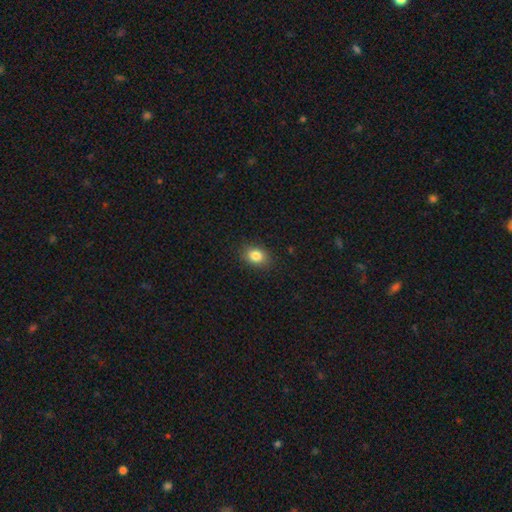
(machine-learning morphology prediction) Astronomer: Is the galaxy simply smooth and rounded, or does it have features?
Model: smooth — 84%.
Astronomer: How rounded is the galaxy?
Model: in between — 63%.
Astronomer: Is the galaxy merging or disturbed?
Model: none — 87%.